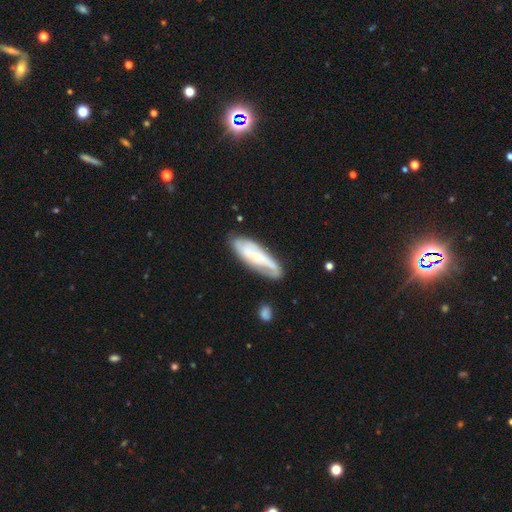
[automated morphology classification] A featured or disk galaxy (61%) with no bar (56%), spiral arms (86%) and a small central bulge (61%). Merging: none (71%).